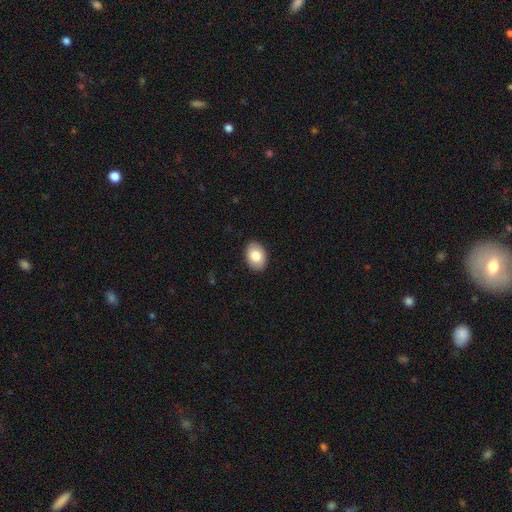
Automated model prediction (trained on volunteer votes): A smooth galaxy with no disk features (83%) that is in between round and cigar-shaped (81%).

Vote fractions:
- Smooth or featured? smooth: 83% / featured or disk: 10% / star or artifact: 7%
- How rounded? in between: 81% / round: 18% / cigar-shaped: 1%
- Merging? none: 90% / minor disturbance: 7% / major disturbance: 2% / merger: 1%